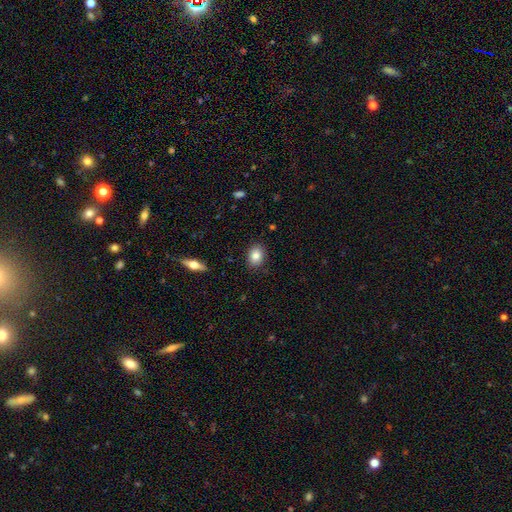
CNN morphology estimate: Overall: smooth (83%). How rounded: in between (63%; round 35%). Merging: none (88%).